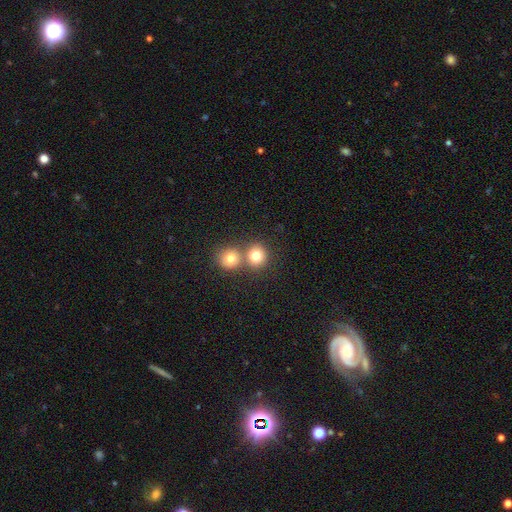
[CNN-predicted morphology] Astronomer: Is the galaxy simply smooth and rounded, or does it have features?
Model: smooth — 79%.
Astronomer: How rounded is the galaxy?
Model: round — 87%.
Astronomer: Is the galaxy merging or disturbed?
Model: none — 55% (runner-up: merger, 36%).